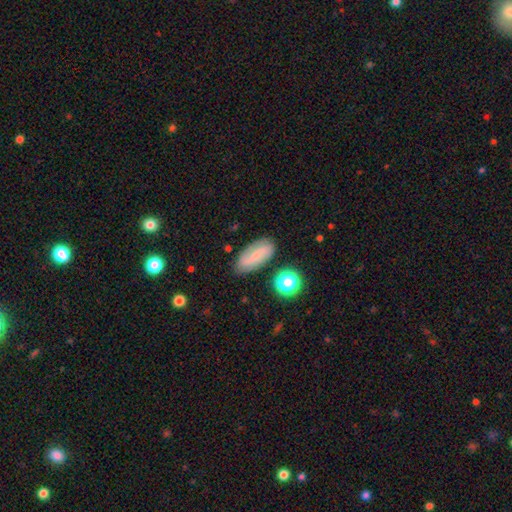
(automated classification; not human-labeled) Overall: featured or disk (53%; smooth 38%). Edge-on disk: no (93%). Merging: none (80%).